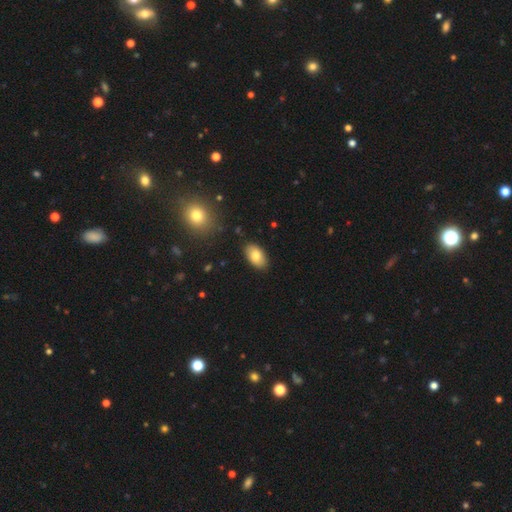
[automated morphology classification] smooth-or-featured: smooth: 80% | featured or disk: 13% | star or artifact: 7%
  how-rounded: in between: 94% | round: 5% | cigar-shaped: 2%
  merging: none: 87% | minor disturbance: 9% | major disturbance: 2% | merger: 1%